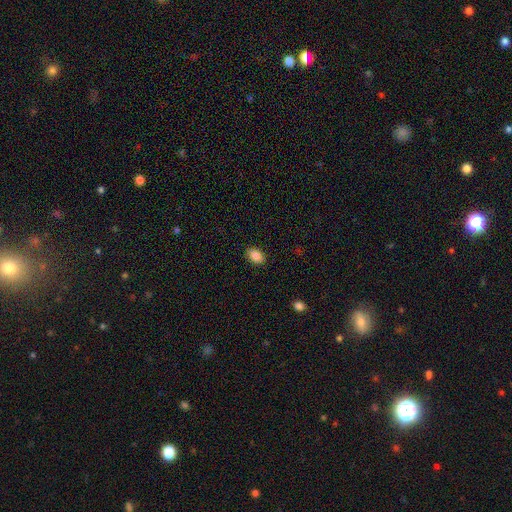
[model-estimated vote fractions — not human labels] The model was most divided on "how rounded": in between: 82%, round: 17%, cigar-shaped: 1%. More confident: merging — none (89%); smooth or featured — smooth (88%).